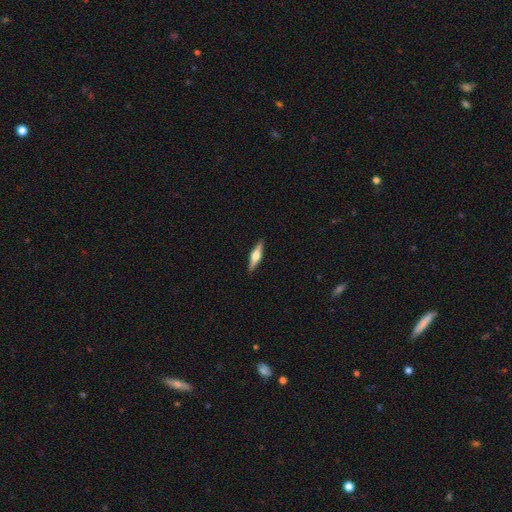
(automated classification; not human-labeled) Q: Smooth or featured?
A: featured or disk (62%); runner-up: smooth (32%)
Q: Edge-on disk?
A: yes (97%); runner-up: no (3%)
Q: Edge-on bulge?
A: rounded (93%); runner-up: boxy (5%)
Q: Merging?
A: none (90%); runner-up: minor disturbance (7%)